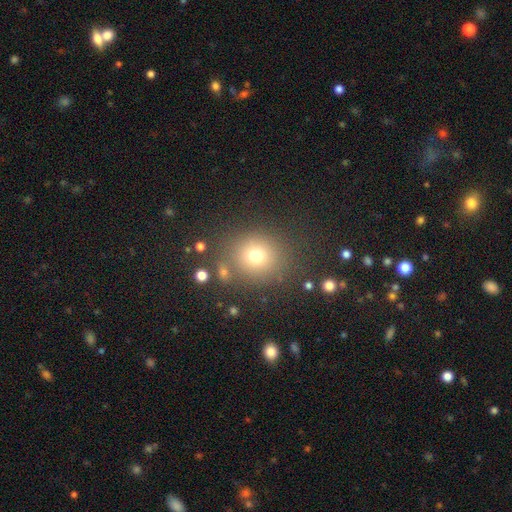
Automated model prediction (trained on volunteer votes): Overall: smooth (74%). How rounded: round (82%). Merging: none (80%).